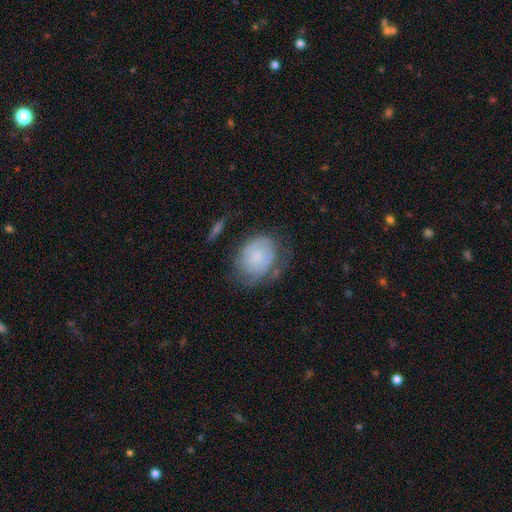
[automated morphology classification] smooth 59%, featured or disk 32%, star or artifact 8%. Down the decision tree: how rounded — in between (54%); merging — none (47%).